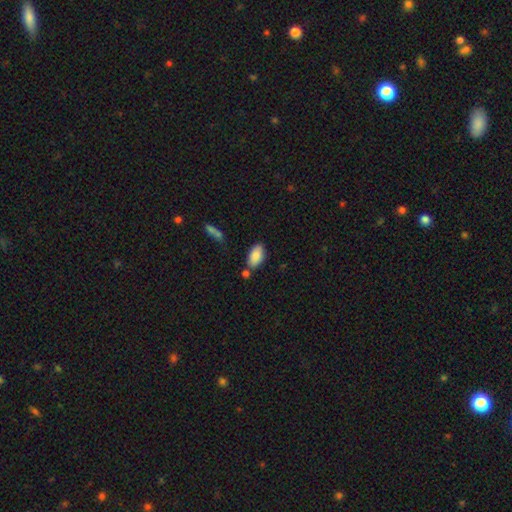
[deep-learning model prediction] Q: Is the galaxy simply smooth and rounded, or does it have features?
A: smooth — 87%.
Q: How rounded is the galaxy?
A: in between — 93%.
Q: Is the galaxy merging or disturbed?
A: none — 73%.